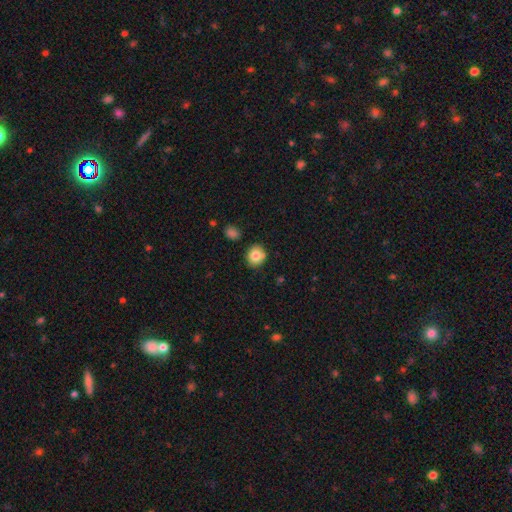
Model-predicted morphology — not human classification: The model was most divided on "how rounded": round: 83%, in between: 16%, cigar-shaped: 1%. More confident: merging — none (85%); smooth or featured — smooth (83%).